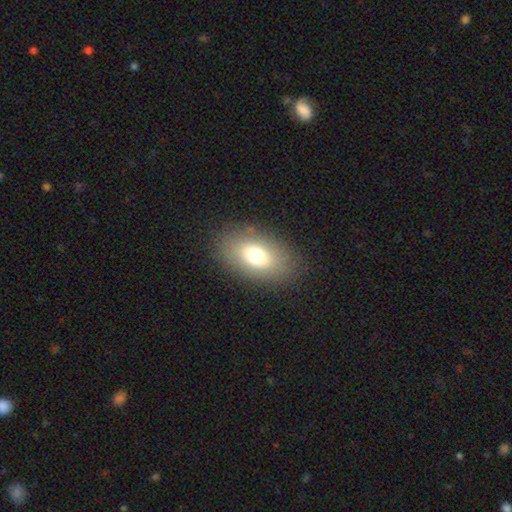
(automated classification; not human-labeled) Overall: smooth (71%). How rounded: in between (87%). Merging: none (85%).